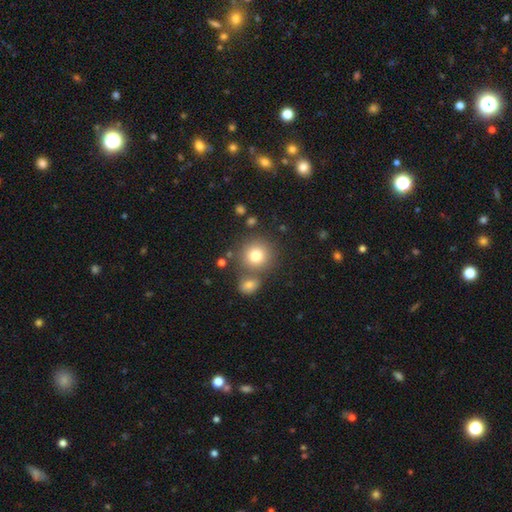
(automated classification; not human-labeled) Smooth or featured: smooth — 78% (star or artifact — 11%)
How rounded: round — 91% (in between — 8%)
Merging: none — 69% (merger — 19%)